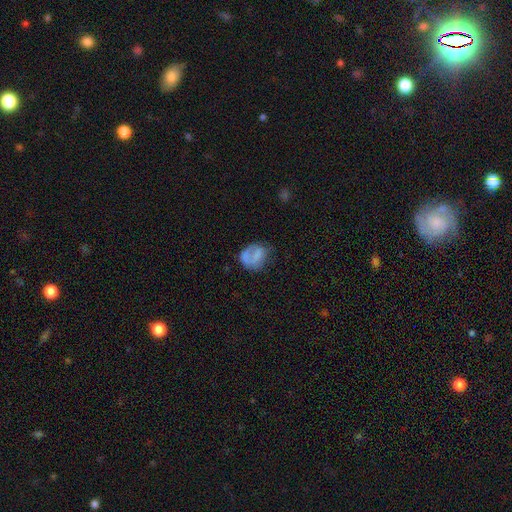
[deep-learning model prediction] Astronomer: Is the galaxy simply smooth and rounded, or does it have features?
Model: smooth — 63%.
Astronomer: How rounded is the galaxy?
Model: round — 60% (runner-up: in between, 39%).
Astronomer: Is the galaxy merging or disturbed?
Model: none — 43% (runner-up: minor disturbance, 29%).